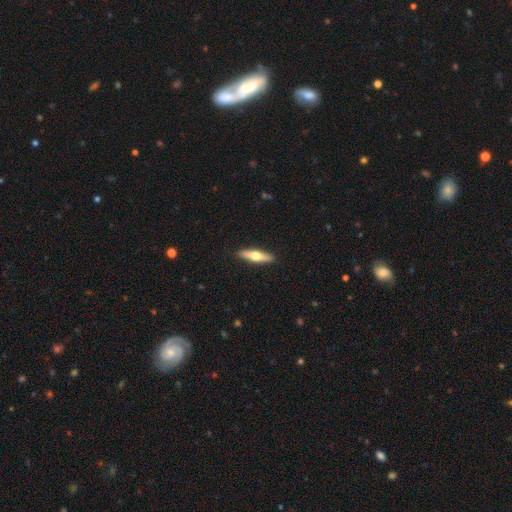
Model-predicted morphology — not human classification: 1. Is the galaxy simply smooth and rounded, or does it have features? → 52% featured or disk, 43% smooth, 5% star or artifact.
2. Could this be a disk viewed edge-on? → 93% yes, 7% no.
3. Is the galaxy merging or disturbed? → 91% none, 7% minor disturbance, 2% major disturbance, 1% merger.